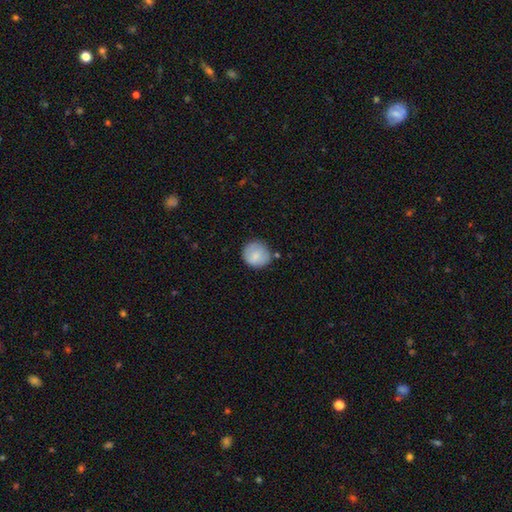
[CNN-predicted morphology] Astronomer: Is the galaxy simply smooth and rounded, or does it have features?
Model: smooth — 81%.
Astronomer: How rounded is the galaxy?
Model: round — 92%.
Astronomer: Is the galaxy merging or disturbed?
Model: none — 77%.